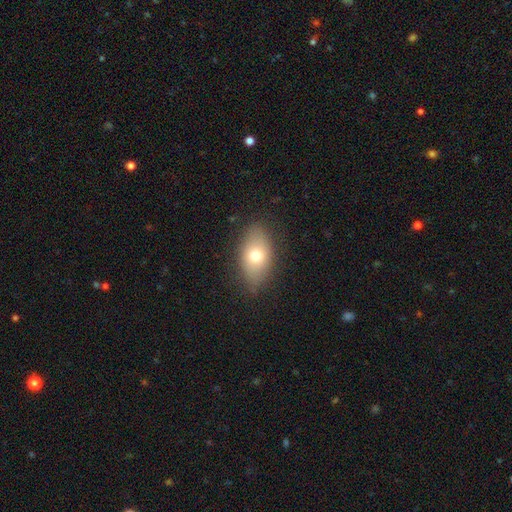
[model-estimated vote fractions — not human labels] This is likely a smooth galaxy (72%). How rounded: clearly in between (87%). Merging: clearly none (82%).